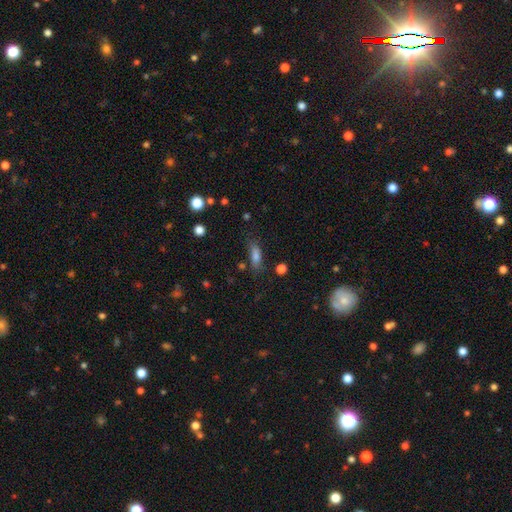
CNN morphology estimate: Overall: smooth (79%). How rounded: in between (65%; cigar-shaped 31%). Merging: none (67%).